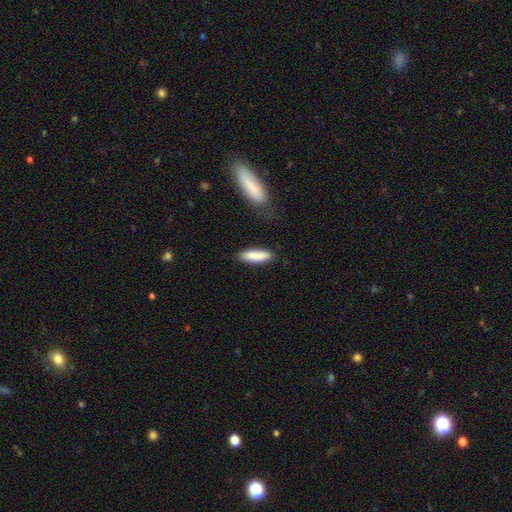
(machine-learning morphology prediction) type=smooth (87%); roundness=cigar-shaped (58%); merging=none (76%).